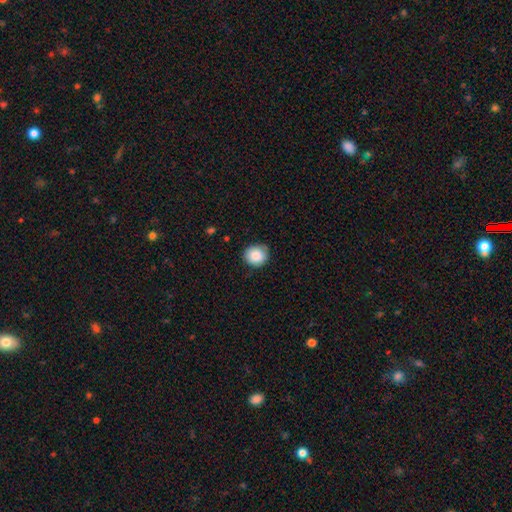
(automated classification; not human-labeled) smooth-or-featured: smooth: 87% | star or artifact: 8% | featured or disk: 5%
  how-rounded: round: 88% | in between: 11% | cigar-shaped: 1%
  merging: none: 83% | minor disturbance: 13% | major disturbance: 2% | merger: 1%